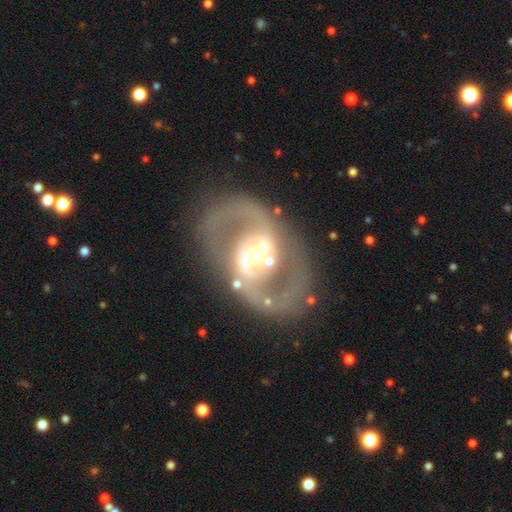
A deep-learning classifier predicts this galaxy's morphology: This appears to be a featured or disk galaxy (84%) with a strong bar (36%), 2 (84%) medium (50%) spiral arms (71%) and a moderate central bulge (62%). Merging: none (73%).